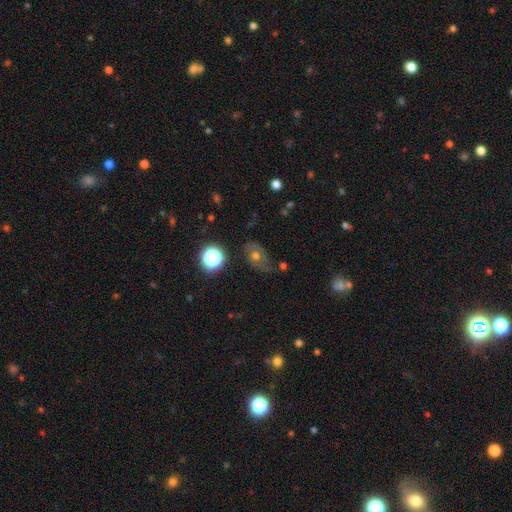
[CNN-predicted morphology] smooth_or_featured: smooth (p=0.45) [alt: featured or disk p=0.36]
merging: none (p=0.57) [alt: minor disturbance p=0.26]